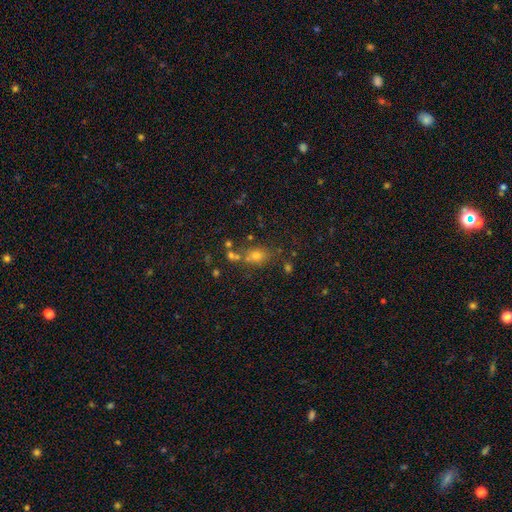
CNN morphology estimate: Smooth or featured? smooth (59%)
How rounded? round (49%)
Merging? none (60%)